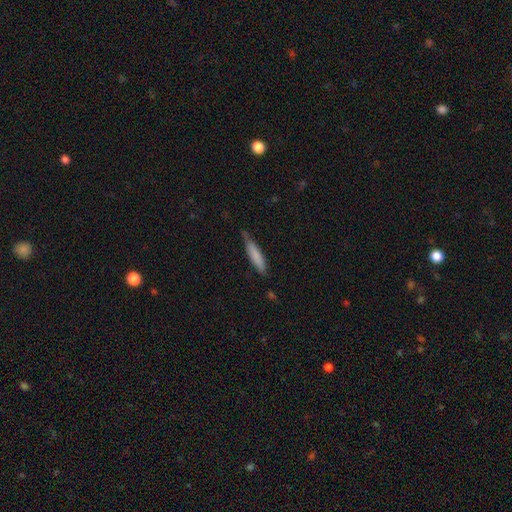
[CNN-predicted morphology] The model was most divided on "merging": none: 66%, minor disturbance: 28%, major disturbance: 5%, merger: 2%. More confident: how rounded — cigar-shaped (87%); smooth or featured — smooth (76%).